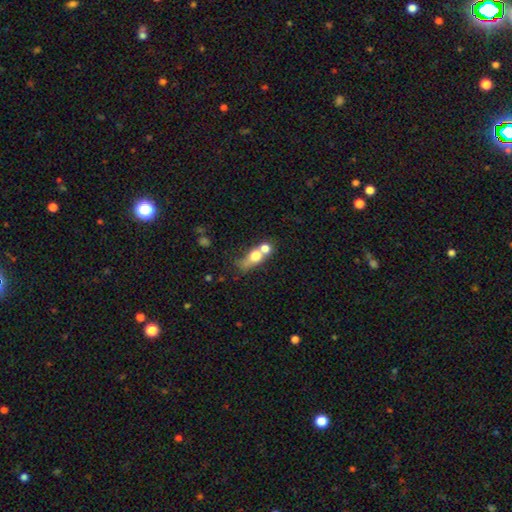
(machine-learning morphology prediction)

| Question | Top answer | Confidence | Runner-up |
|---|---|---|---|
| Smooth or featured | smooth | 65% | featured or disk (24%) |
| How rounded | in between | 44% | round (42%) |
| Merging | merger | 56% | none (25%) |